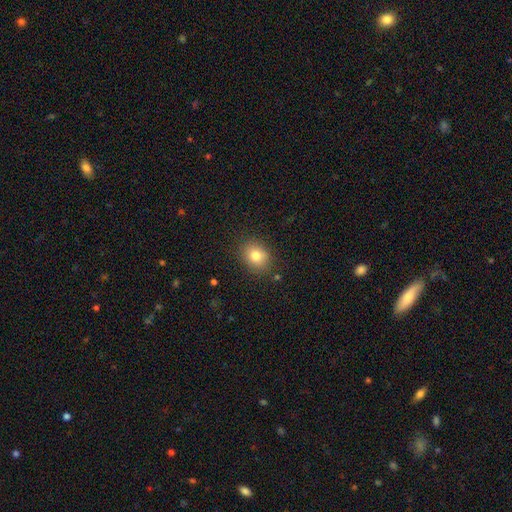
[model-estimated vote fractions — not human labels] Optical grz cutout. It shows a smooth galaxy with no disk features (80%) that is round (55%). Merging: none (86%).